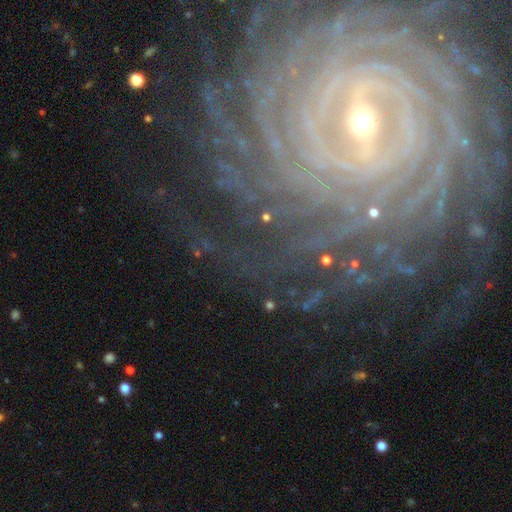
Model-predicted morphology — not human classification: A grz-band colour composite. It shows a featured or disk galaxy (83%) with a strong bar (41%), more than 4 (38%) tight (82%) spiral arms (97%) and a small central bulge (70%). Merging: none (77%).